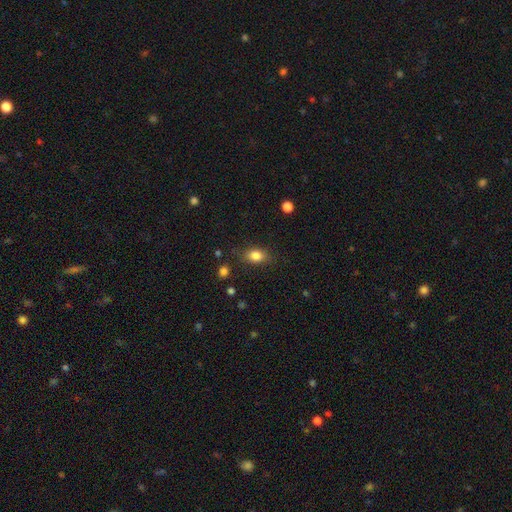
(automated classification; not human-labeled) Smooth or featured?
  - smooth: 82% *
  - star or artifact: 10%
  - featured or disk: 8%
How rounded?
  - in between: 75% *
  - round: 22%
  - cigar-shaped: 3%
Merging?
  - none: 80% *
  - minor disturbance: 14%
  - major disturbance: 4%
  - merger: 2%